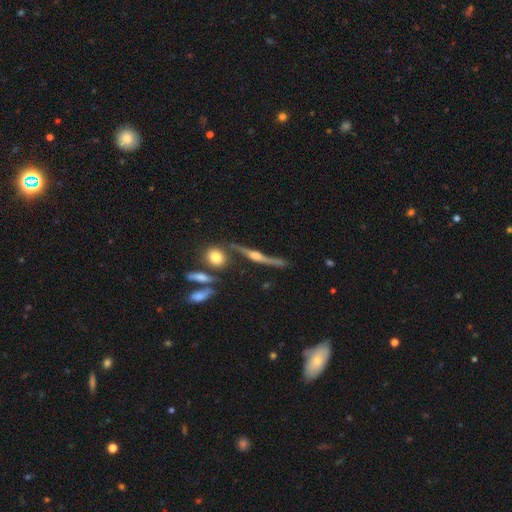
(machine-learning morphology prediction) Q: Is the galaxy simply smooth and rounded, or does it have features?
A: featured or disk — 81%.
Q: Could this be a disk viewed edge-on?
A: yes — 87%.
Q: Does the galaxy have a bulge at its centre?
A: rounded — 87%.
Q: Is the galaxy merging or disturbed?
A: none — 68%.